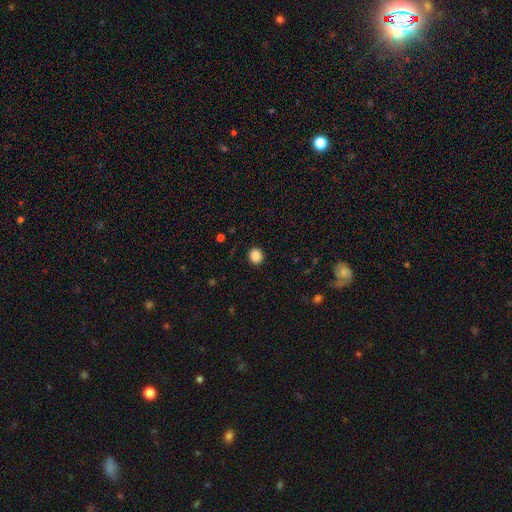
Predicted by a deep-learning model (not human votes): Smooth or featured? smooth (87%)
How rounded? round (77%)
Merging? none (91%)